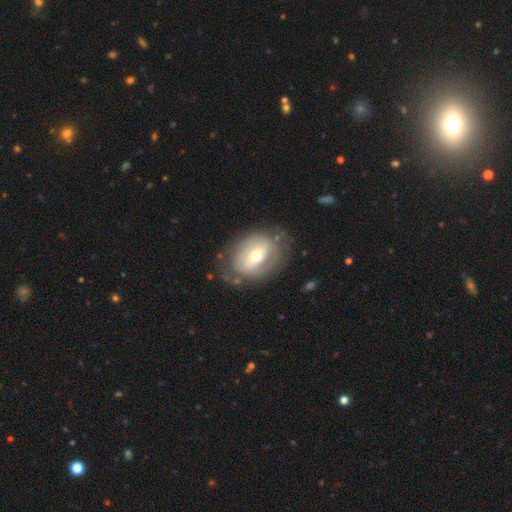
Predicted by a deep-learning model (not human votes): A featured or disk galaxy (54%). Merging: none (69%).